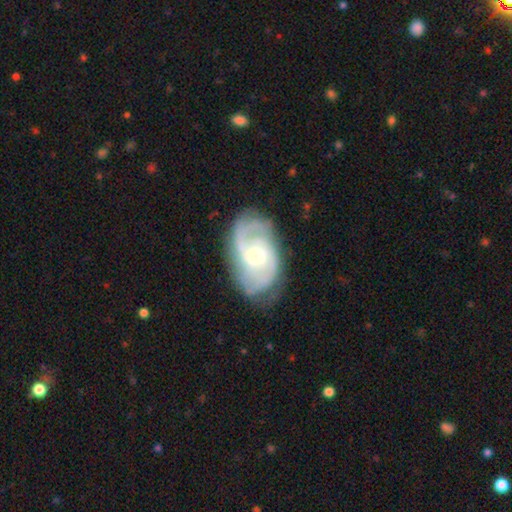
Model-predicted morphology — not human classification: Smooth or featured: featured or disk — 81% (smooth — 13%)
Edge-on disk: no — 96% (yes — 4%)
Bar: no — 51% (weak — 40%)
Spiral arms: yes — 92% (no — 8%)
Spiral winding: medium — 42% (tight — 38%)
Spiral arm count: 2 — 51% (can't tell — 23%)
Bulge size: moderate — 62% (small — 32%)
Merging: none — 70% (minor disturbance — 20%)